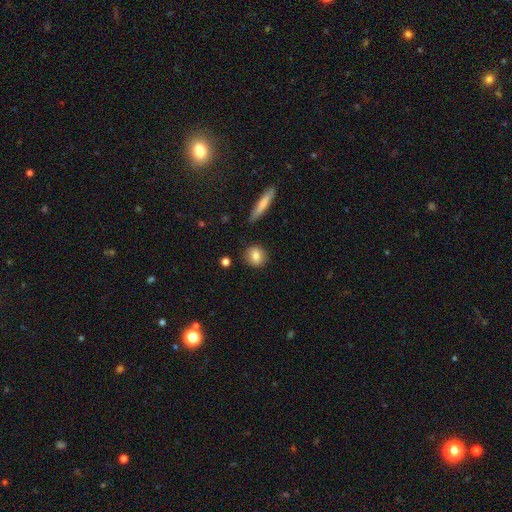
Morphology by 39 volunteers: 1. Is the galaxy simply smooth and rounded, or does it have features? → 74% smooth, 18% featured or disk, 8% star or artifact.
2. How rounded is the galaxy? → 90% round, 10% in between, 0% cigar-shaped.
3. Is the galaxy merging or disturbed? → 94% none, 3% minor disturbance, 3% merger, 0% major disturbance.